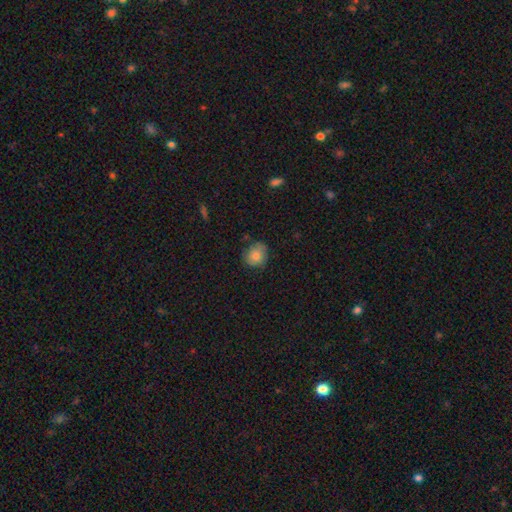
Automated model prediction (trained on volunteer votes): Overall: smooth (81%). How rounded: round (72%). Merging: none (68%).